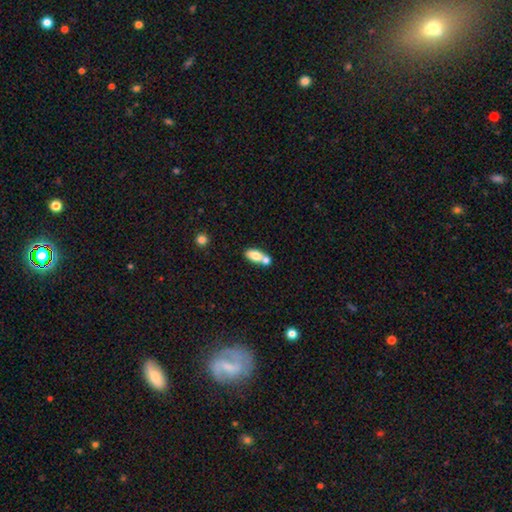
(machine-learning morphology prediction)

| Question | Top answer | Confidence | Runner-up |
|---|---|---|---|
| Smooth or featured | smooth | 75% | featured or disk (17%) |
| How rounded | in between | 84% | cigar-shaped (10%) |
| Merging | merger | 50% | none (37%) |